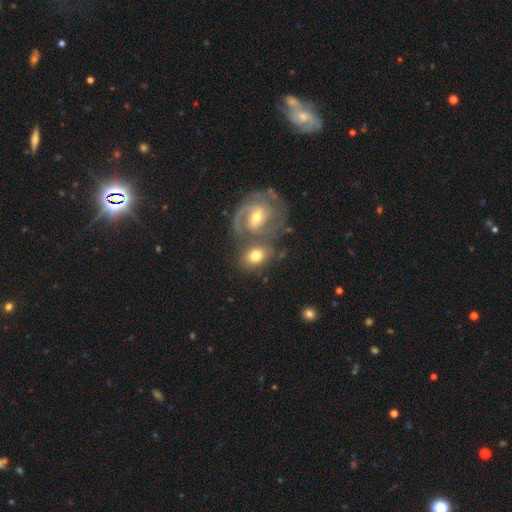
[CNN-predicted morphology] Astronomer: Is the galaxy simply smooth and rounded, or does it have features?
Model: smooth — 53% (runner-up: featured or disk, 40%).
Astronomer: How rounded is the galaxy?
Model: in between — 59% (runner-up: round, 40%).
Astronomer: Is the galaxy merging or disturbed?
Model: none — 44% (runner-up: merger, 38%).